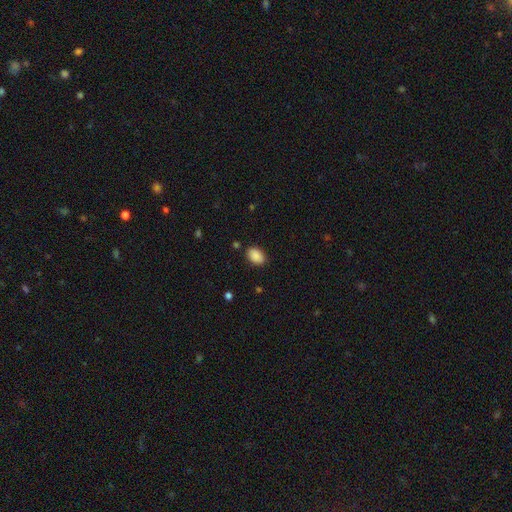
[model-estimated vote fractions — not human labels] This is clearly a smooth galaxy (89%). How rounded: clearly in between (86%). Merging: clearly none (86%).